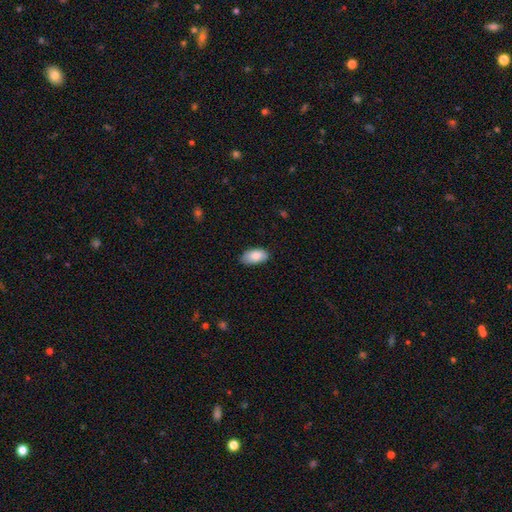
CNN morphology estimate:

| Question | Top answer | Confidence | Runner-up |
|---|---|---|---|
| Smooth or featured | smooth | 84% | featured or disk (10%) |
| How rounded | in between | 94% | round (3%) |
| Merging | none | 79% | minor disturbance (17%) |